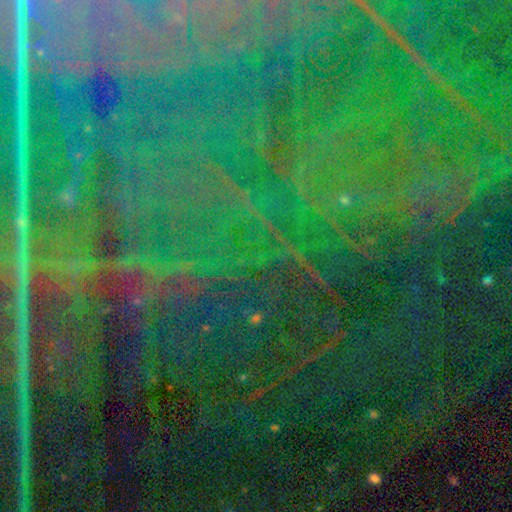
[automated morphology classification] star or artifact 86%, featured or disk 7%, smooth 7%.